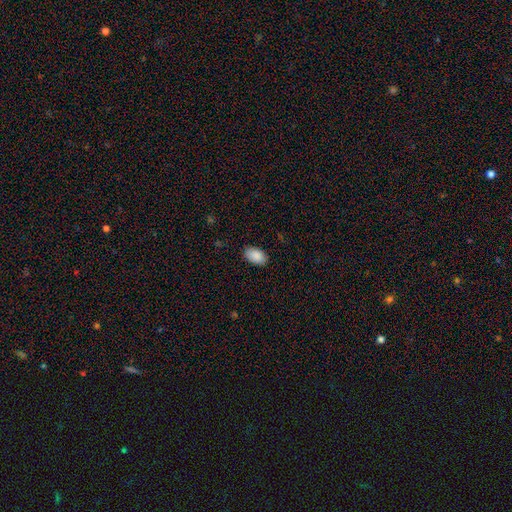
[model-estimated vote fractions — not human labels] Smooth or featured: smooth — 90% (star or artifact — 7%)
How rounded: in between — 93% (round — 5%)
Merging: none — 87% (minor disturbance — 10%)